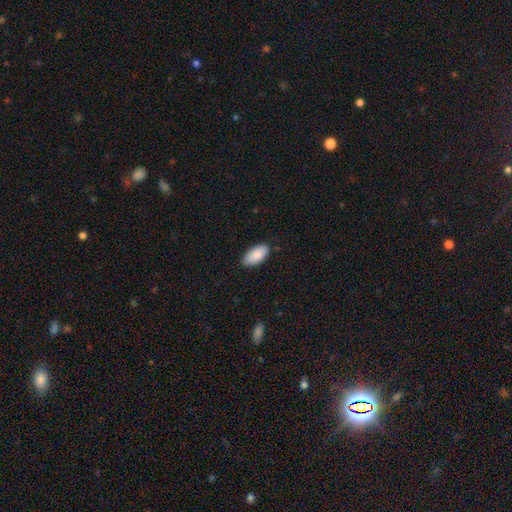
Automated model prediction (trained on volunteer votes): Q: Smooth or featured?
A: smooth (90%); runner-up: star or artifact (6%)
Q: How rounded?
A: in between (94%); runner-up: cigar-shaped (4%)
Q: Merging?
A: none (85%); runner-up: minor disturbance (12%)